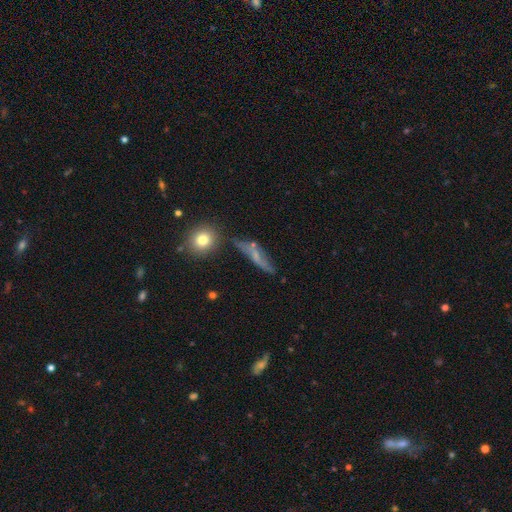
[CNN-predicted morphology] smooth-or-featured: featured or disk: 49% | smooth: 39% | star or artifact: 12%
  merging: none: 54% | minor disturbance: 23% | major disturbance: 13% | merger: 11%